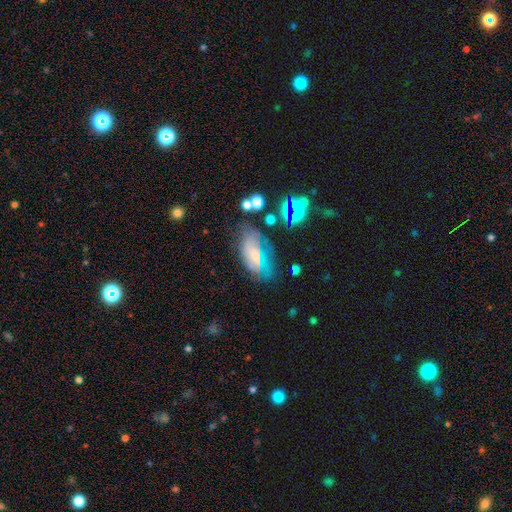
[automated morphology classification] smooth-or-featured: smooth: 44% | featured or disk: 40% | star or artifact: 17%
  merging: none: 52% | minor disturbance: 27% | major disturbance: 16% | merger: 6%